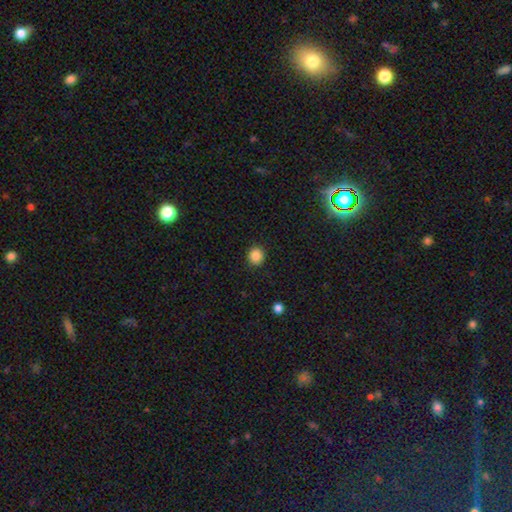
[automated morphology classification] Smooth or featured? Predicted: smooth (p=0.86). How rounded? Predicted: round (p=0.88). Merging? Predicted: none (p=0.92).